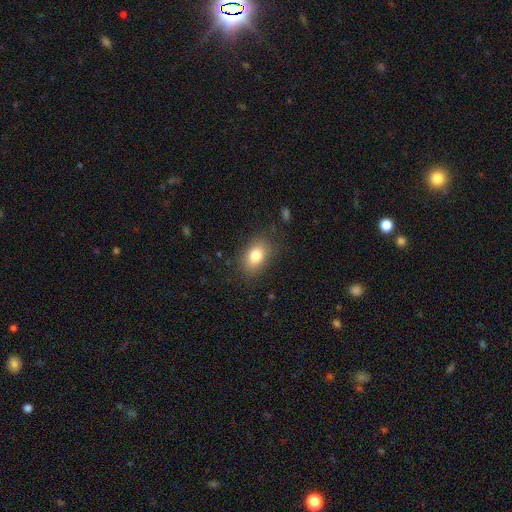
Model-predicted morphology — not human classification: This appears to be a smooth galaxy with no disk features (80%) that is in between round and cigar-shaped (79%). Merging: none (82%).